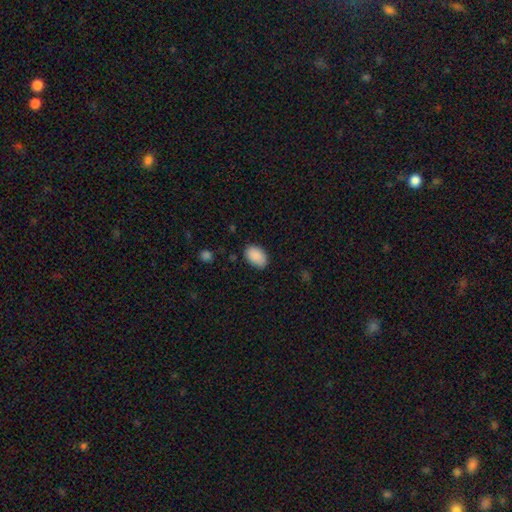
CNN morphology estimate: type=smooth (90%); roundness=in between (89%); merging=none (79%).